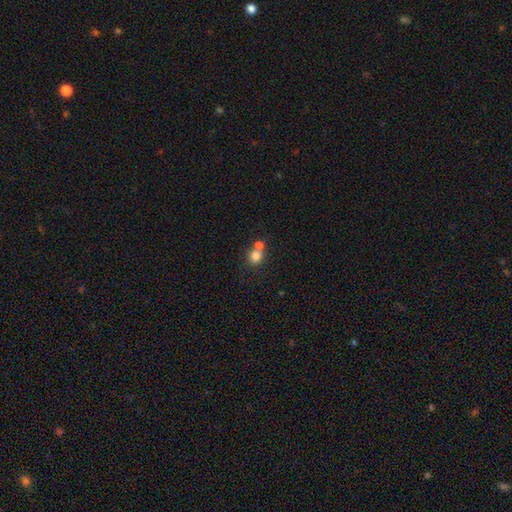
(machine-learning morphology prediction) The model was most divided on "merging": none: 47%, merger: 42%, minor disturbance: 7%, major disturbance: 3%. More confident: how rounded — round (85%); smooth or featured — smooth (81%).